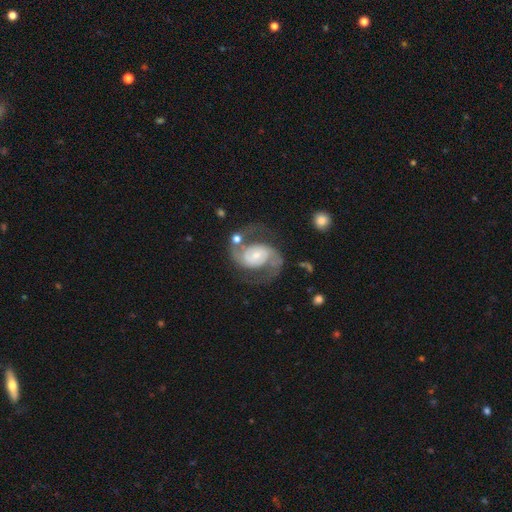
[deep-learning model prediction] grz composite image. It shows a featured or disk galaxy (89%) with no bar (50%), 2 (93%) medium (57%) spiral arms (97%) and a small central bulge (53%). Merging: none (67%).